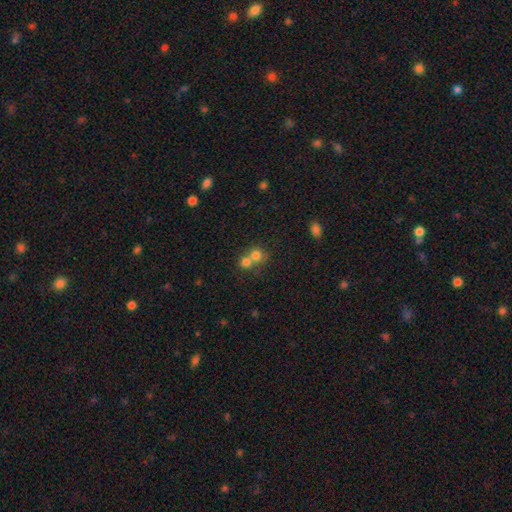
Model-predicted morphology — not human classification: Smooth or featured? Predicted: smooth (p=0.75). How rounded? Predicted: round (p=0.83). Merging? Predicted: merger (p=0.59).